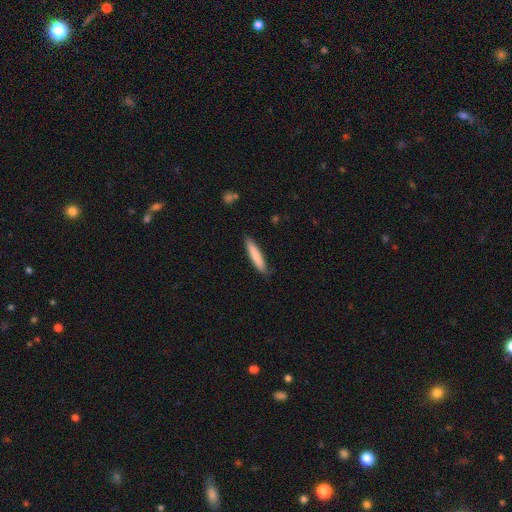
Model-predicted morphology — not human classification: type=smooth (82%); roundness=cigar-shaped (88%); merging=none (84%).